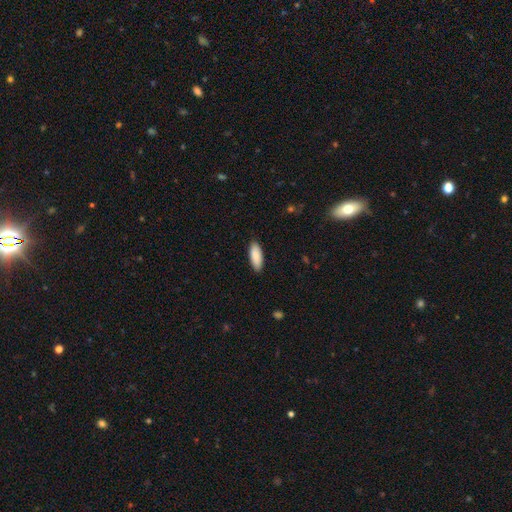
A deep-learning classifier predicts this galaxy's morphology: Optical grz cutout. It shows a smooth galaxy with no disk features (90%) that is in between round and cigar-shaped (75%). Merging: none (88%).